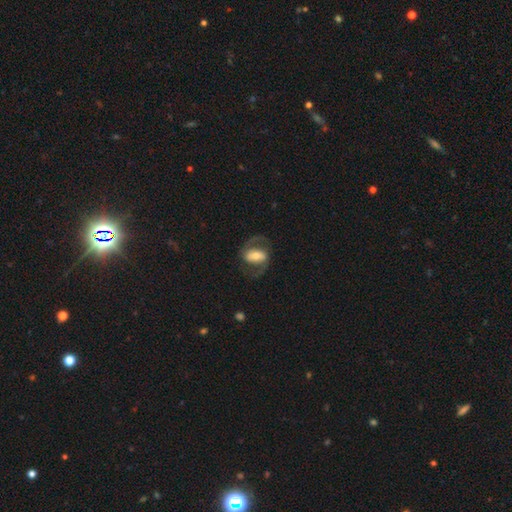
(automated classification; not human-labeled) Q: Smooth or featured?
A: featured or disk (76%); runner-up: smooth (18%)
Q: Edge-on disk?
A: no (96%); runner-up: yes (4%)
Q: Bar?
A: strong (45%); runner-up: weak (33%)
Q: Spiral arms?
A: yes (89%); runner-up: no (11%)
Q: Spiral winding?
A: medium (54%); runner-up: loose (29%)
Q: Spiral arm count?
A: 2 (91%); runner-up: can't tell (4%)
Q: Bulge size?
A: moderate (51%); runner-up: small (28%)
Q: Merging?
A: none (72%); runner-up: minor disturbance (14%)